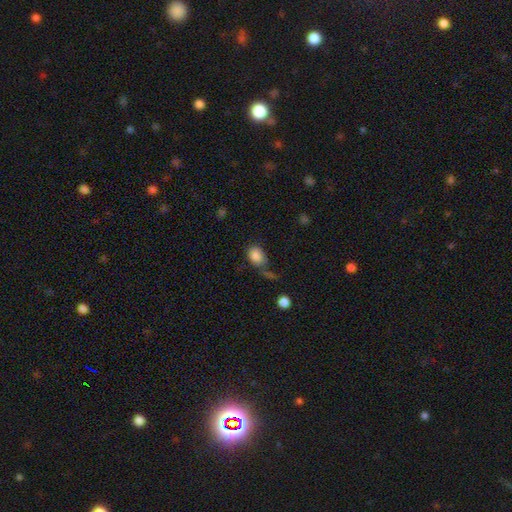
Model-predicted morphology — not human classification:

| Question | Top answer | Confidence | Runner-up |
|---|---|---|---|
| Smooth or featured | smooth | 85% | star or artifact (9%) |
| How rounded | in between | 70% | round (29%) |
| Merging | none | 52% | minor disturbance (22%) |